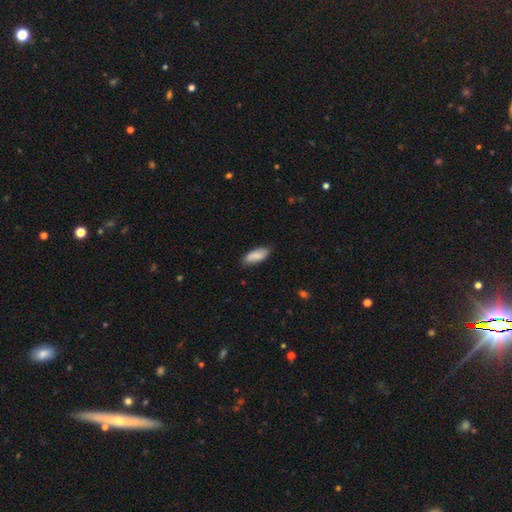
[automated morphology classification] Q: Smooth or featured?
A: smooth (81%); runner-up: featured or disk (13%)
Q: How rounded?
A: in between (84%); runner-up: cigar-shaped (14%)
Q: Merging?
A: none (81%); runner-up: minor disturbance (15%)